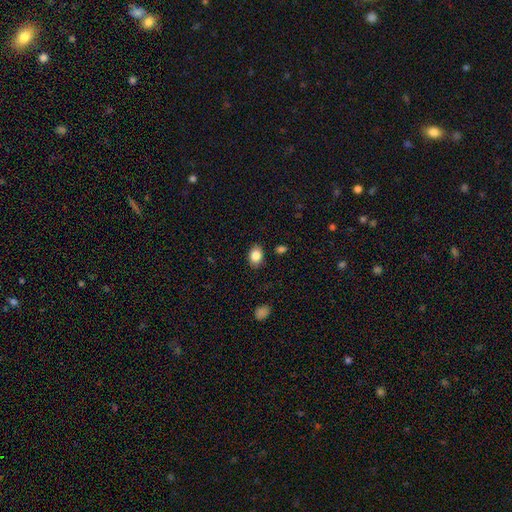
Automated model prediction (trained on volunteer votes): This appears to be a smooth galaxy with no disk features (85%) that is in between round and cigar-shaped (75%). Merging: none (85%).